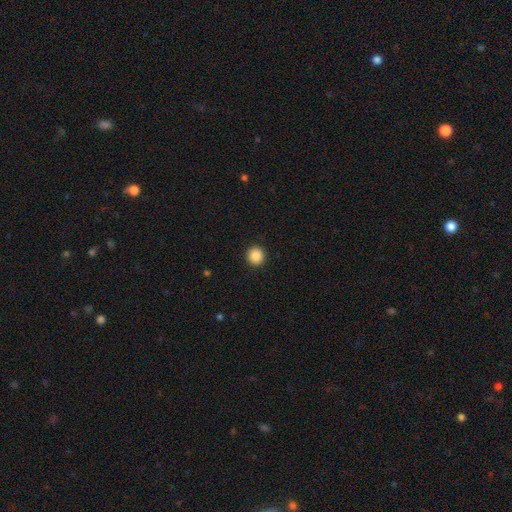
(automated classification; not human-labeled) smooth 88%, star or artifact 9%, featured or disk 3%. Down the decision tree: how rounded — round (94%); merging — none (93%).